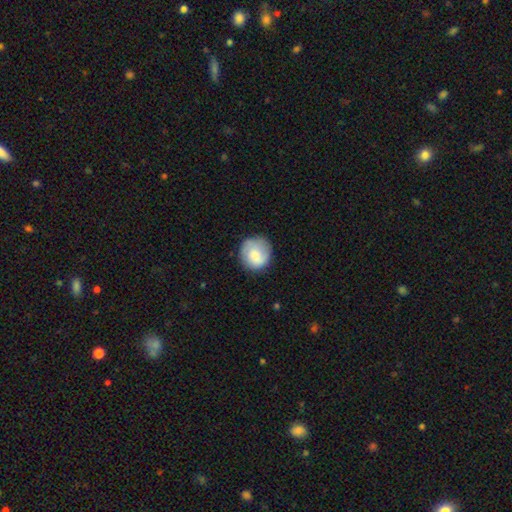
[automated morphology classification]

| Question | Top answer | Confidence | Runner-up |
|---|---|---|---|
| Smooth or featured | smooth | 73% | featured or disk (21%) |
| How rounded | round | 88% | in between (11%) |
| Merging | none | 75% | minor disturbance (18%) |